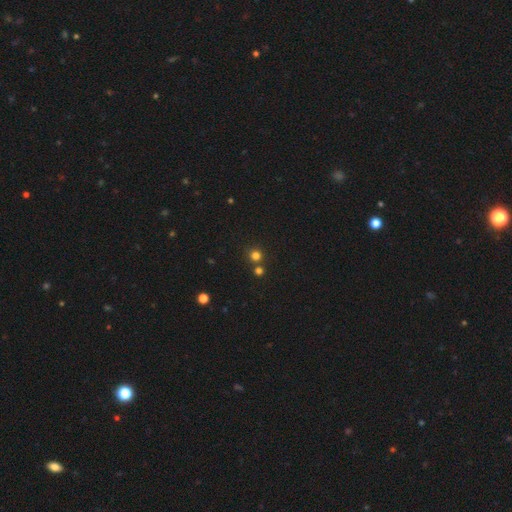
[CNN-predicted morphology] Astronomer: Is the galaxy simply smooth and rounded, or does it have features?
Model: smooth — 76%.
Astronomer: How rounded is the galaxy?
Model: round — 92%.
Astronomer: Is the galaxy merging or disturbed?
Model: none — 73%.